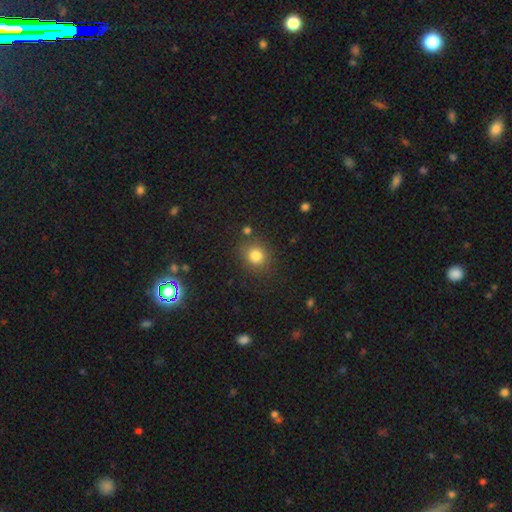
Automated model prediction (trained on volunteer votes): The model was most divided on "how rounded": round: 81%, in between: 18%, cigar-shaped: 1%. More confident: merging — none (82%); smooth or featured — smooth (81%).